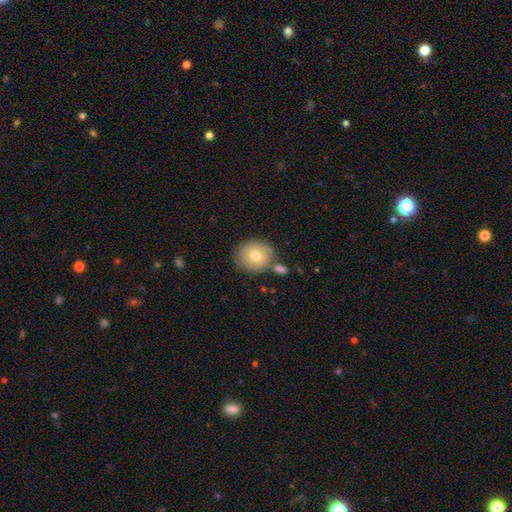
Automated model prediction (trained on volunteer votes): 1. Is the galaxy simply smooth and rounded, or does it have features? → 75% smooth, 16% featured or disk, 9% star or artifact.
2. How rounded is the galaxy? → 87% round, 12% in between, 1% cigar-shaped.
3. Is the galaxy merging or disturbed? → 69% none, 15% merger, 12% minor disturbance, 3% major disturbance.